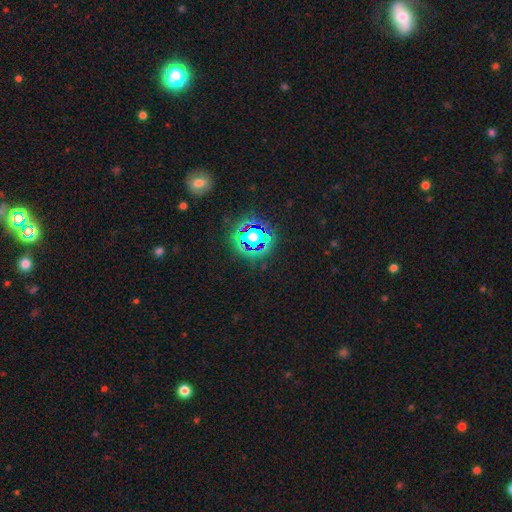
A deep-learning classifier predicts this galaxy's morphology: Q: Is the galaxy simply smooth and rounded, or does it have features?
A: star or artifact — 78%.